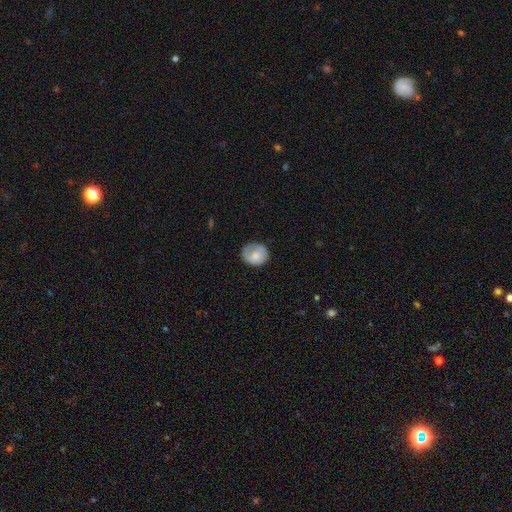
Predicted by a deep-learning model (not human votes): Smooth or featured? Predicted: smooth (p=0.68). How rounded? Predicted: round (p=0.76). Merging? Predicted: none (p=0.69).